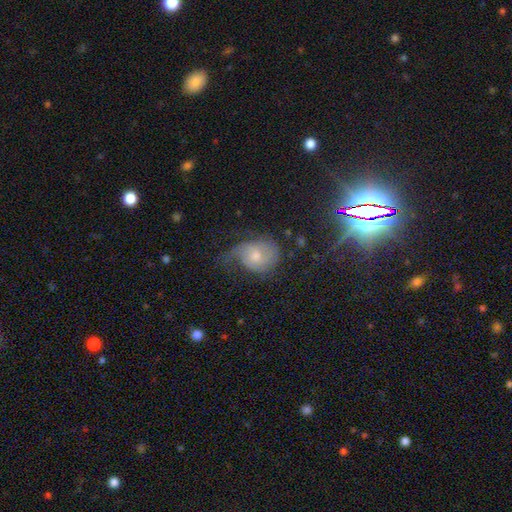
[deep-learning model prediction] Smooth or featured?
  - featured or disk: 59% *
  - smooth: 32%
  - star or artifact: 9%
Edge-on disk?
  - no: 97% *
  - yes: 3%
Bar?
  - no: 73% *
  - weak: 24%
  - strong: 3%
Spiral arms?
  - yes: 85% *
  - no: 15%
Bulge size?
  - moderate: 56% *
  - small: 35%
  - large: 5%
  - none: 3%
  - dominant: 1%
Merging?
  - none: 39% *
  - minor disturbance: 30%
  - major disturbance: 29%
  - merger: 2%